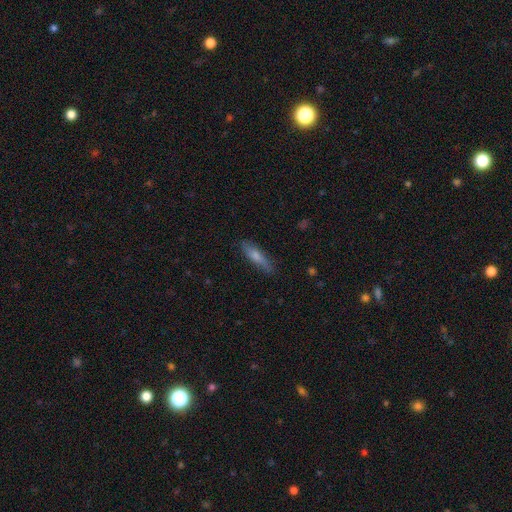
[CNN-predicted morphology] Smooth or featured?
  - smooth: 59% *
  - featured or disk: 33%
  - star or artifact: 7%
How rounded?
  - cigar-shaped: 79% *
  - in between: 19%
  - round: 2%
Merging?
  - none: 83% *
  - minor disturbance: 13%
  - major disturbance: 2%
  - merger: 1%